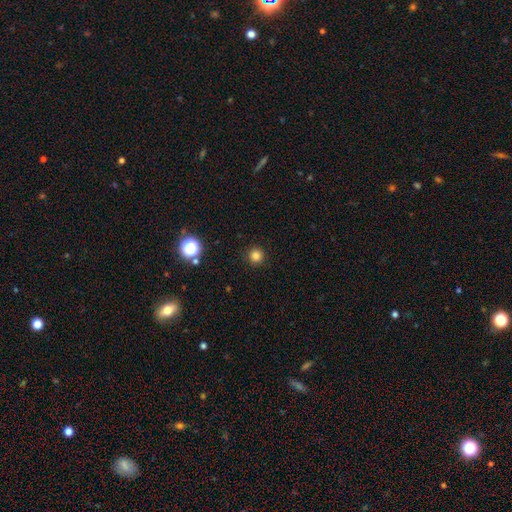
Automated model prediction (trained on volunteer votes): This appears to be a smooth galaxy with no disk features (82%) that is round (96%). Merging: none (91%).